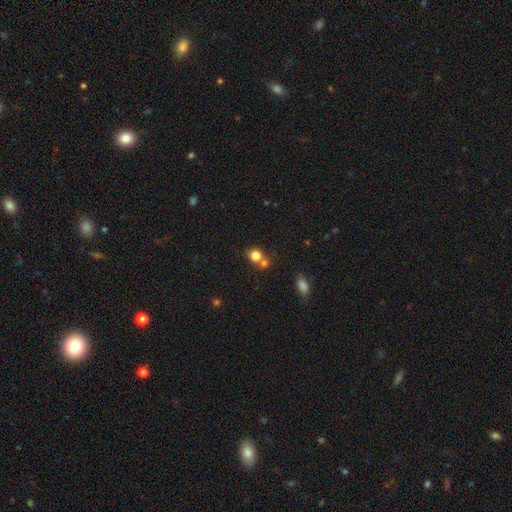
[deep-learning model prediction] smooth_or_featured: smooth (p=0.79) [alt: star or artifact p=0.12]
how_rounded: round (p=0.74) [alt: in between p=0.25]
merging: none (p=0.45) [alt: merger p=0.43]